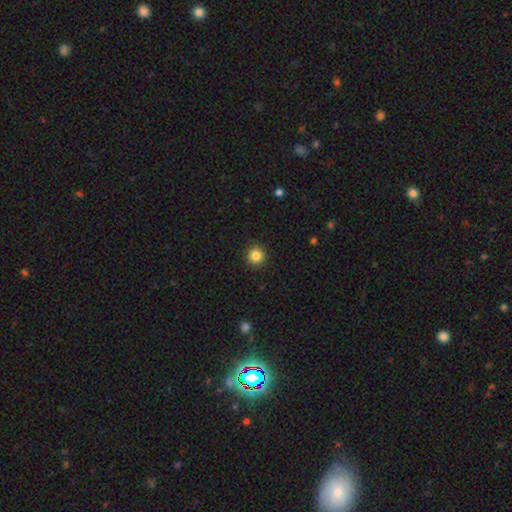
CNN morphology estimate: A smooth galaxy with no disk features (84%) that is round (94%). Merging: none (92%).